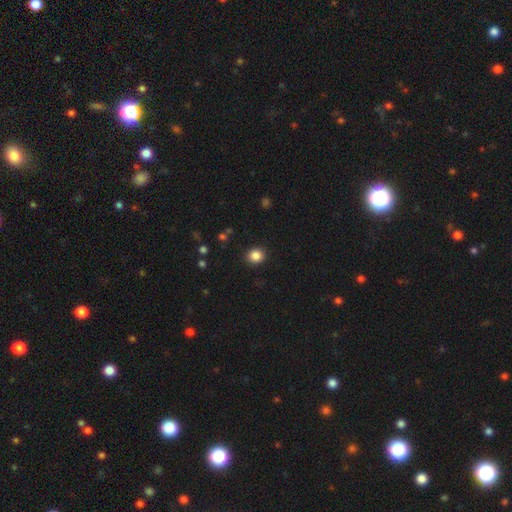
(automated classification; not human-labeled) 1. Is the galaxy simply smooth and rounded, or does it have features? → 85% smooth, 11% star or artifact, 4% featured or disk.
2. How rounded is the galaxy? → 78% round, 21% in between, 1% cigar-shaped.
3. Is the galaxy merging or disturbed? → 90% none, 6% minor disturbance, 2% major disturbance, 1% merger.